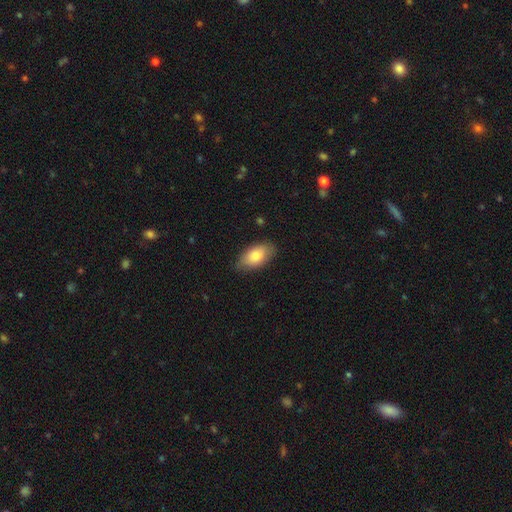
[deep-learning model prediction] smooth 79%, featured or disk 15%, star or artifact 6%. Down the decision tree: how rounded — in between (92%); merging — none (78%).